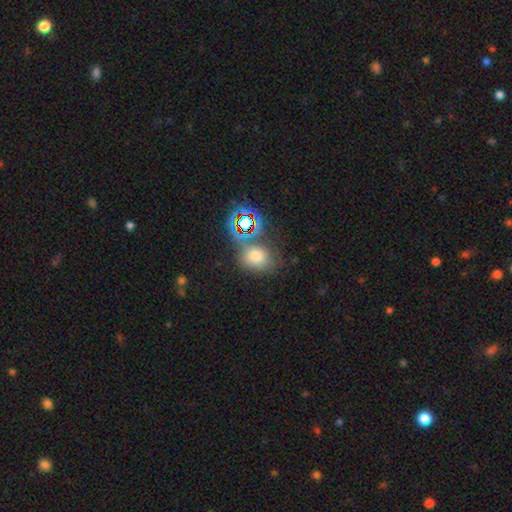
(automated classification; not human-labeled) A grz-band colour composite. It shows a smooth galaxy with no disk features (62%) that is in between round and cigar-shaped (50%). Merging: none (61%).